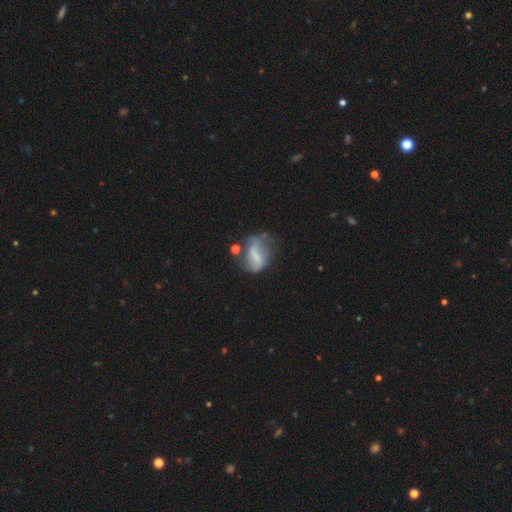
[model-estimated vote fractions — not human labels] This is possibly a featured or disk galaxy (48%). Merging: marginally none (37%).